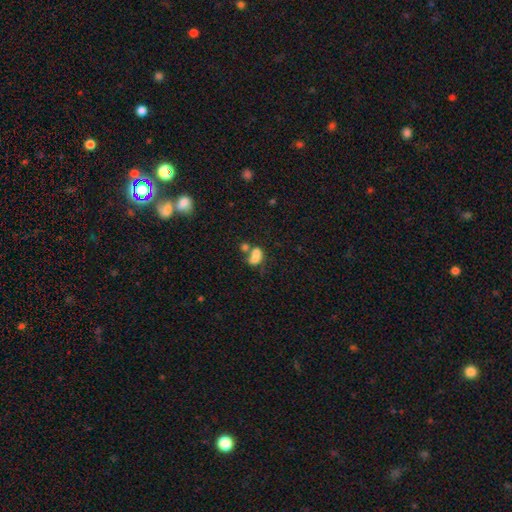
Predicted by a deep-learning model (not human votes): Overall: smooth (70%). How rounded: in between (73%). Merging: merger (59%; none 20%).